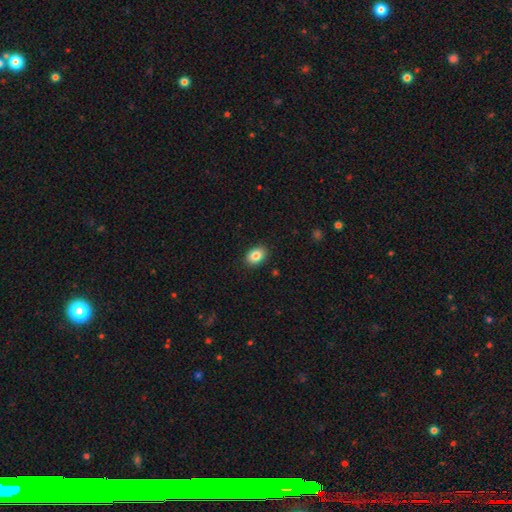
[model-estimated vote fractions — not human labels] Smooth or featured?
  - smooth: 85% *
  - star or artifact: 8%
  - featured or disk: 7%
How rounded?
  - in between: 80% *
  - round: 19%
  - cigar-shaped: 1%
Merging?
  - none: 89% *
  - minor disturbance: 8%
  - major disturbance: 2%
  - merger: 1%